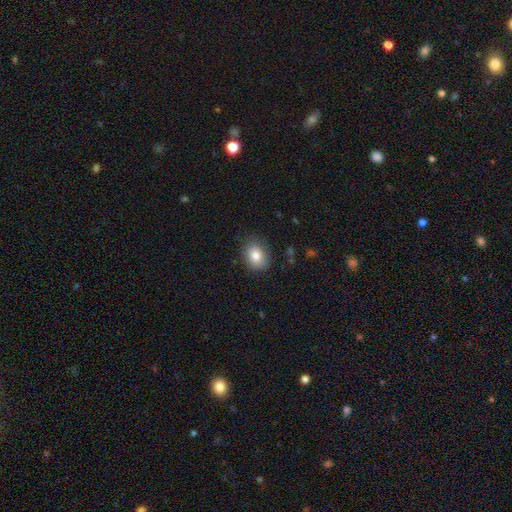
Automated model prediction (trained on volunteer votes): This appears to be a smooth galaxy with no disk features (82%) that is in between round and cigar-shaped (56%). Merging: none (83%).